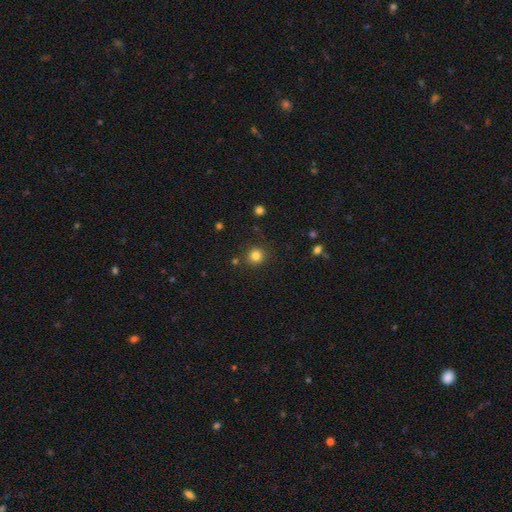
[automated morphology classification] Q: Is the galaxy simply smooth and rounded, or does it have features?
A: smooth — 82%.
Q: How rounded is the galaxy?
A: round — 92%.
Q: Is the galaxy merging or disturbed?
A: none — 86%.